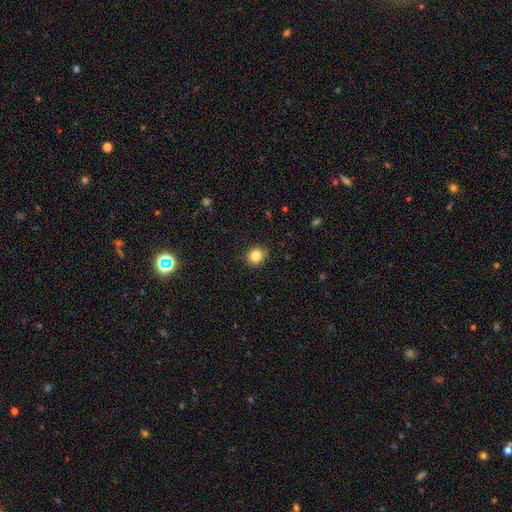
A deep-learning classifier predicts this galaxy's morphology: This appears to be a smooth galaxy with no disk features (84%) that is round (76%). Merging: none (88%).